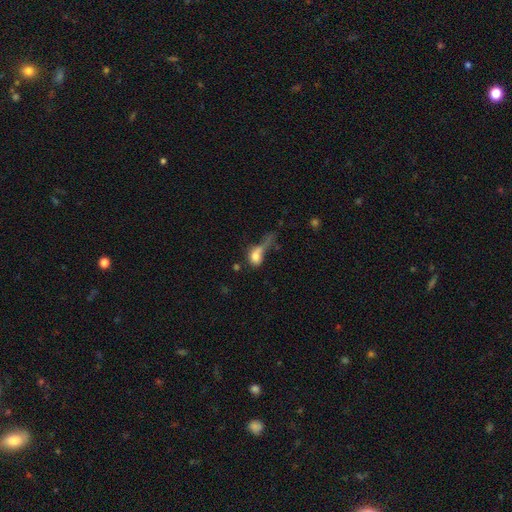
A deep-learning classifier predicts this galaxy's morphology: The model was most divided on "merging": major disturbance: 45%, merger: 21%, none: 19%, minor disturbance: 16%. More confident: smooth or featured — smooth (69%); how rounded — in between (60%).